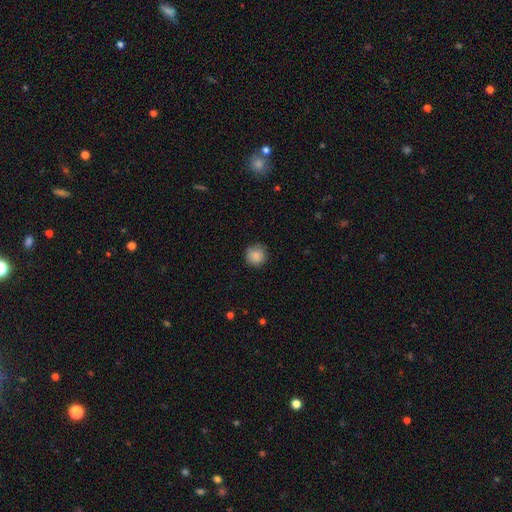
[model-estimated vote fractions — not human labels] Morphology: type=smooth (87%); roundness=round (93%); merging=none (87%).